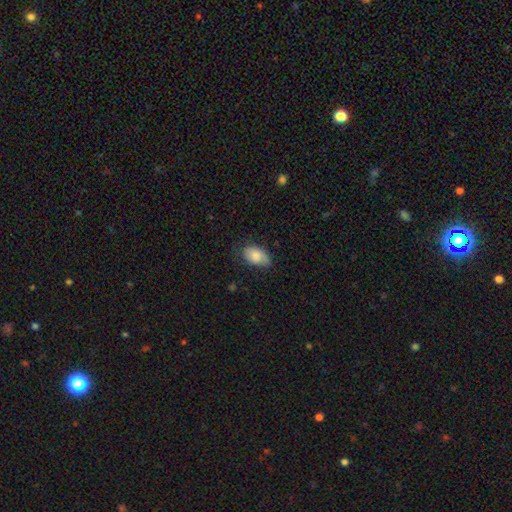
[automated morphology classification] Smooth or featured? smooth (81%)
How rounded? in between (91%)
Merging? none (67%)